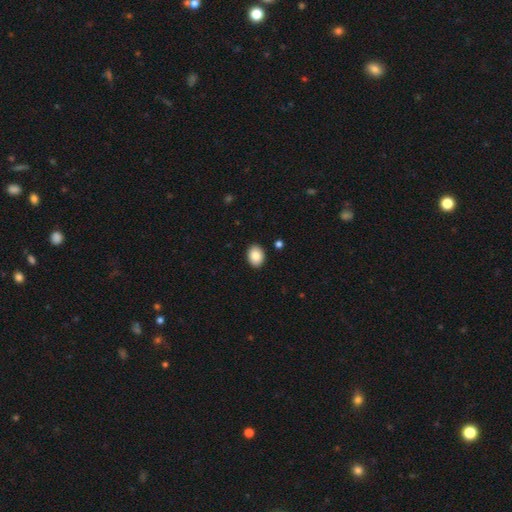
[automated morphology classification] smooth 87%, star or artifact 7%, featured or disk 6%. Down the decision tree: how rounded — in between (70%); merging — none (90%).